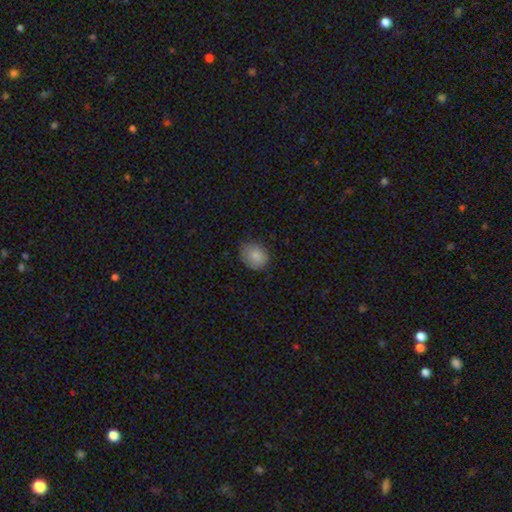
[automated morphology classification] A smooth galaxy with no disk features (85%) that is round (52%).

Vote fractions:
- Smooth or featured? smooth: 85% / star or artifact: 8% / featured or disk: 7%
- How rounded? round: 52% / in between: 47% / cigar-shaped: 1%
- Merging? none: 75% / minor disturbance: 20% / major disturbance: 4% / merger: 1%